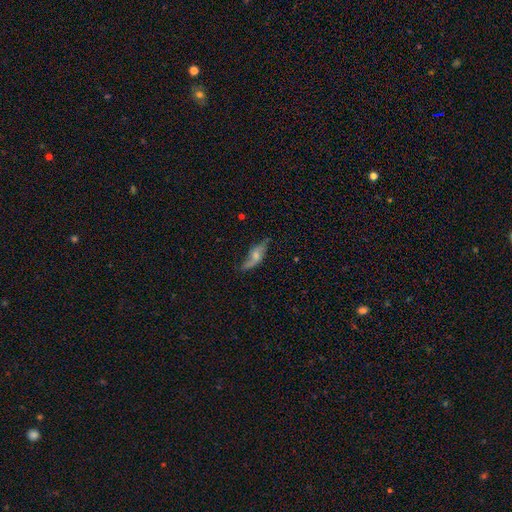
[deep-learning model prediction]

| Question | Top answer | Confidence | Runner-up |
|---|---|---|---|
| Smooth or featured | featured or disk | 54% | smooth (39%) |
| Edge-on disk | no | 75% | yes (25%) |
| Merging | none | 54% | minor disturbance (30%) |